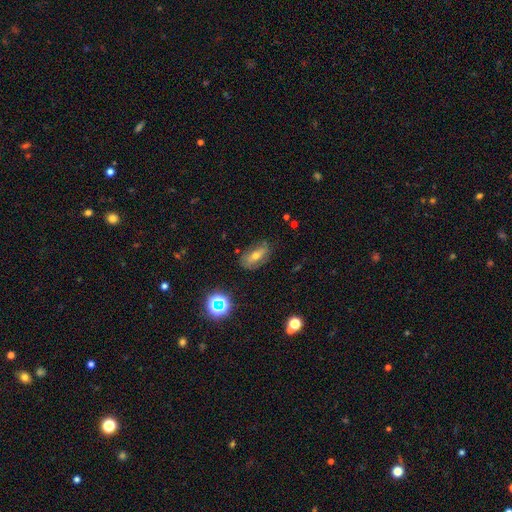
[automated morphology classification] The model was most divided on "smooth or featured": featured or disk: 45%, smooth: 38%, star or artifact: 17%. More confident: merging — none (67%).